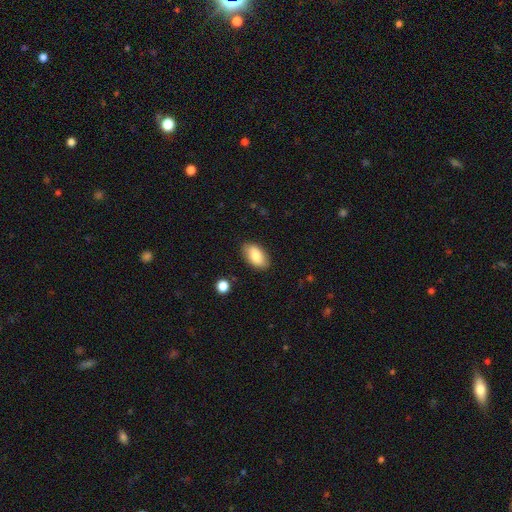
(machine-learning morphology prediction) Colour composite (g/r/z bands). It shows a smooth galaxy with no disk features (81%) that is in between round and cigar-shaped (93%). Merging: none (84%).